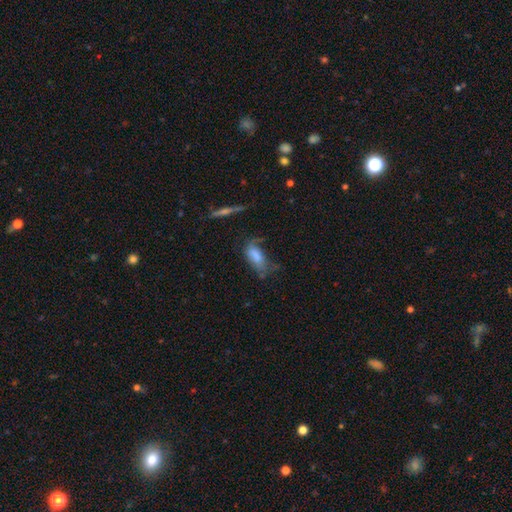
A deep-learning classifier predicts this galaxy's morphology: This is likely a smooth galaxy (73%). How rounded: clearly in between (86%). Merging: marginally major disturbance (33%).